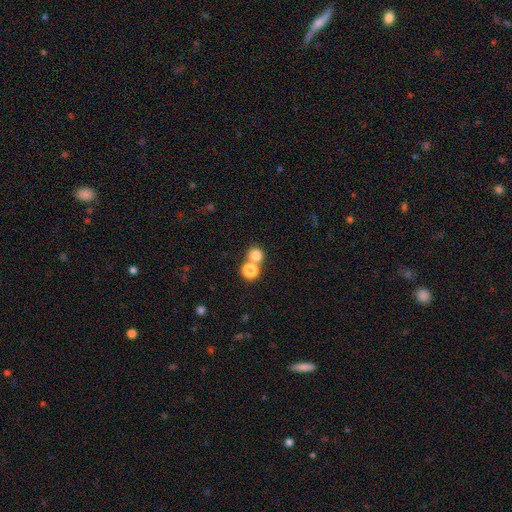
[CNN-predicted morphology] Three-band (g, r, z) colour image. It shows a smooth galaxy with no disk features (78%) that is round (89%). Merging: none (52%).